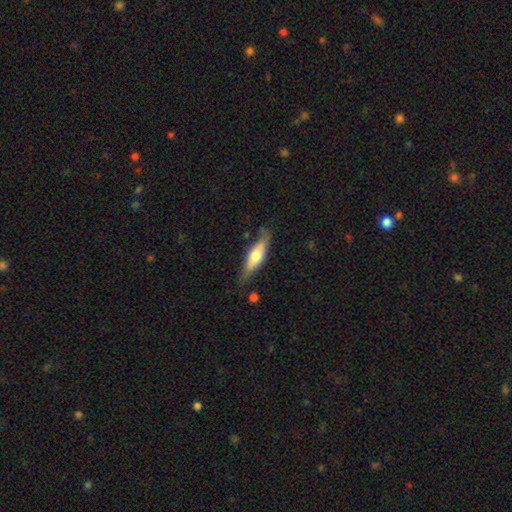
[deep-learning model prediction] A featured or disk galaxy (49%).

Vote fractions:
- Smooth or featured? featured or disk: 49% / smooth: 46% / star or artifact: 5%
- Merging? none: 71% / minor disturbance: 22% / major disturbance: 5% / merger: 3%